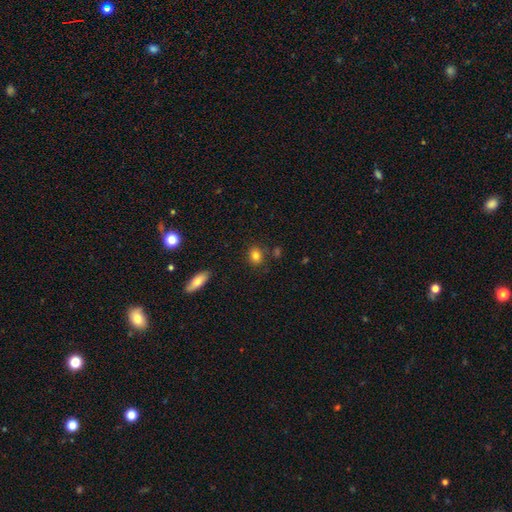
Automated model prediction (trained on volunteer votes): smooth-or-featured: smooth: 82% | star or artifact: 10% | featured or disk: 8%
  how-rounded: round: 51% | in between: 48% | cigar-shaped: 2%
  merging: none: 80% | minor disturbance: 11% | merger: 5% | major disturbance: 3%